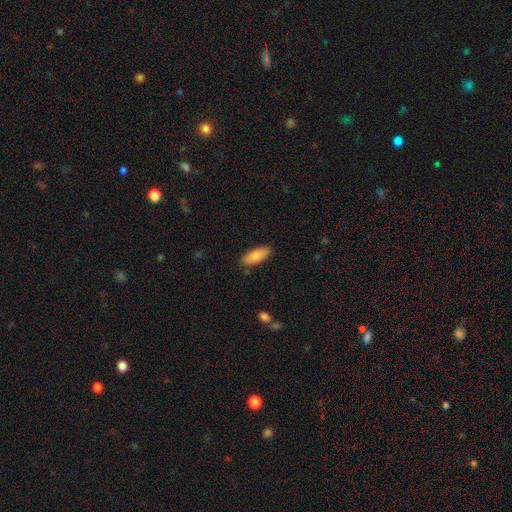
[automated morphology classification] A smooth galaxy with no disk features (83%) that is in between round and cigar-shaped (78%). Merging: none (85%).